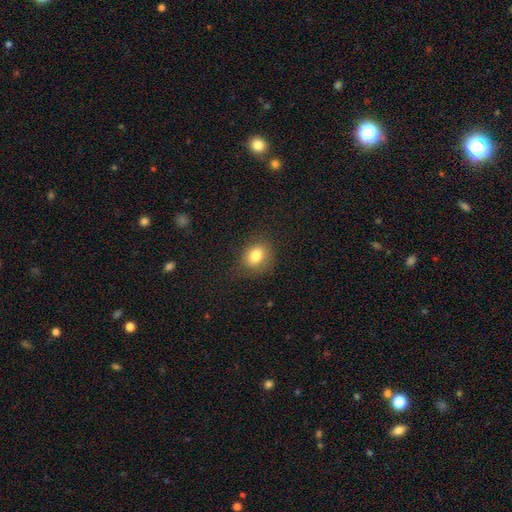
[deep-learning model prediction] A smooth galaxy with no disk features (81%) that is round (55%).

Vote fractions:
- Smooth or featured? smooth: 81% / star or artifact: 11% / featured or disk: 9%
- How rounded? round: 55% / in between: 44% / cigar-shaped: 1%
- Merging? none: 81% / minor disturbance: 14% / major disturbance: 5% / merger: 1%